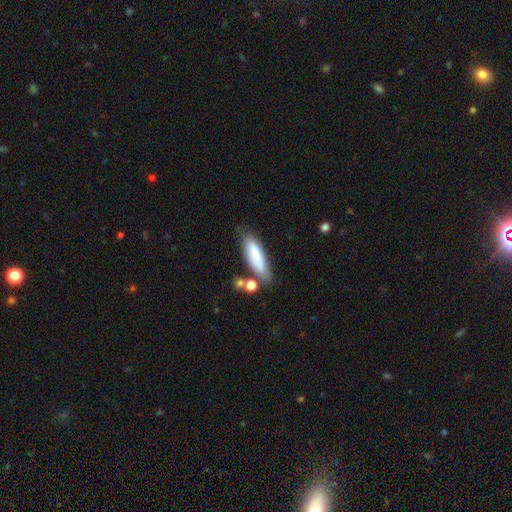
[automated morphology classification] A smooth galaxy with no disk features (76%) that is cigar-shaped (61%). Merging: none (64%).